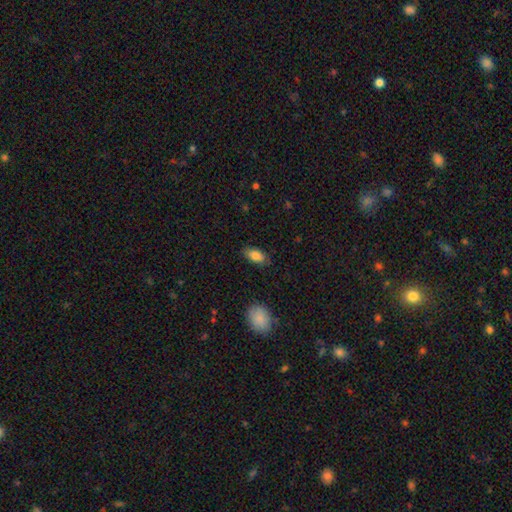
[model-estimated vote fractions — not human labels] Smooth or featured? Predicted: smooth (p=0.83). How rounded? Predicted: in between (p=0.90). Merging? Predicted: none (p=0.83).